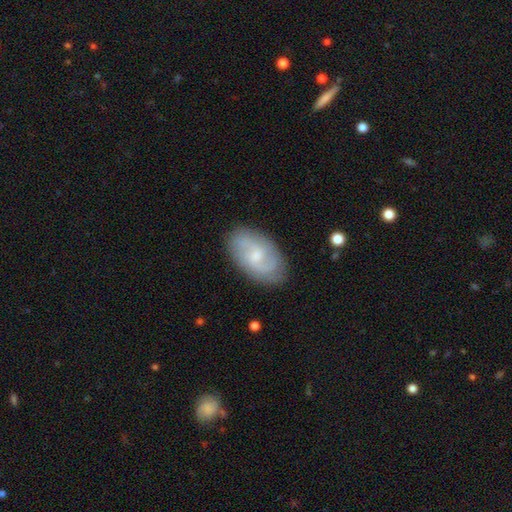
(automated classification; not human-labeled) A featured or disk galaxy (67%) with a weak bar (50%), 2 (66%) medium (45%) spiral arms (91%) and a small central bulge (53%).

Vote fractions:
- Smooth or featured? featured or disk: 67% / smooth: 27% / star or artifact: 6%
- Edge-on disk? no: 96% / yes: 4%
- Bar? weak: 50% / no: 44% / strong: 6%
- Spiral arms? yes: 91% / no: 9%
- Spiral winding? medium: 45% / loose: 29% / tight: 26%
- Spiral arm count? 2: 66% / can't tell: 18% / 3: 8% / 1: 3% / 4: 2% / more than 4: 2%
- Bulge size? small: 53% / moderate: 35% / none: 8% / large: 3% / dominant: 1%
- Merging? none: 81% / minor disturbance: 14% / major disturbance: 4% / merger: 1%